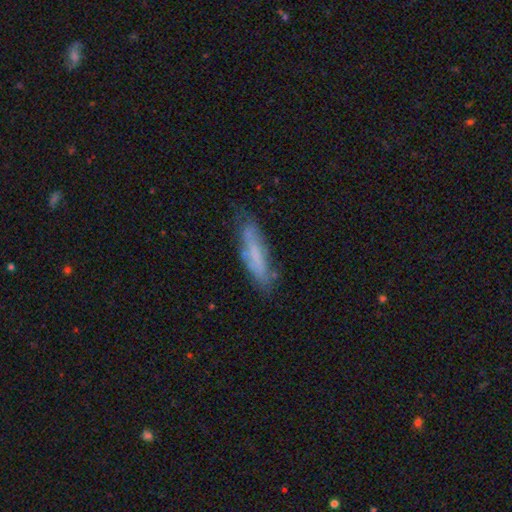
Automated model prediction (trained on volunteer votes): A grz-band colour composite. It shows a smooth galaxy with no disk features (47%). Merging: none (76%).